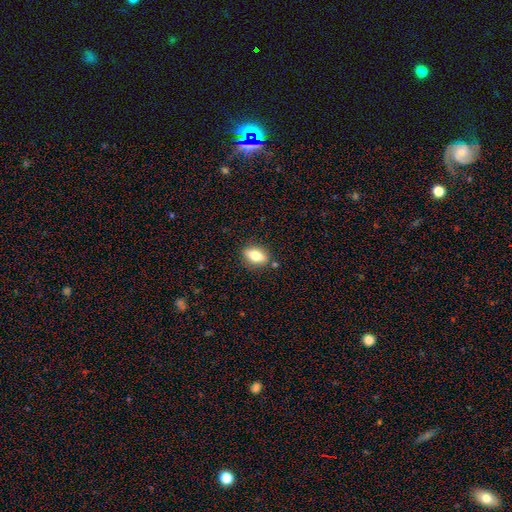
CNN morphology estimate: Smooth or featured?
  - smooth: 65% *
  - featured or disk: 27%
  - star or artifact: 8%
How rounded?
  - in between: 78% *
  - cigar-shaped: 11%
  - round: 11%
Merging?
  - none: 83% *
  - minor disturbance: 11%
  - merger: 3%
  - major disturbance: 3%